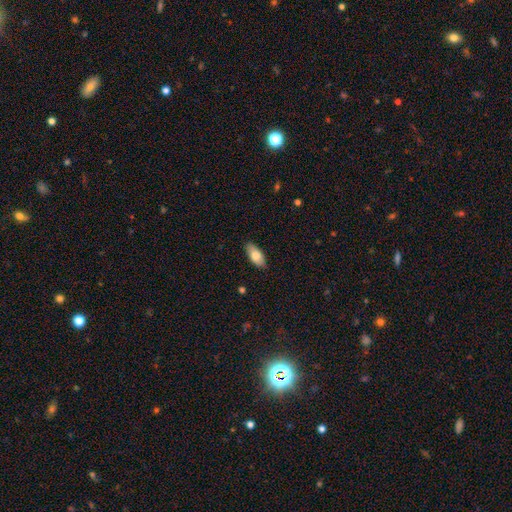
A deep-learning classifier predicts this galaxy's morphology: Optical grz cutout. It shows a smooth galaxy with no disk features (78%) that is in between round and cigar-shaped (88%). Merging: none (87%).